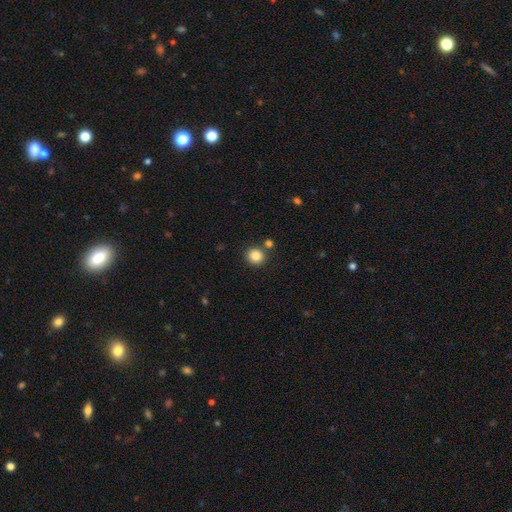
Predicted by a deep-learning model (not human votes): Morphology: type=smooth (86%); roundness=round (91%); merging=none (81%).